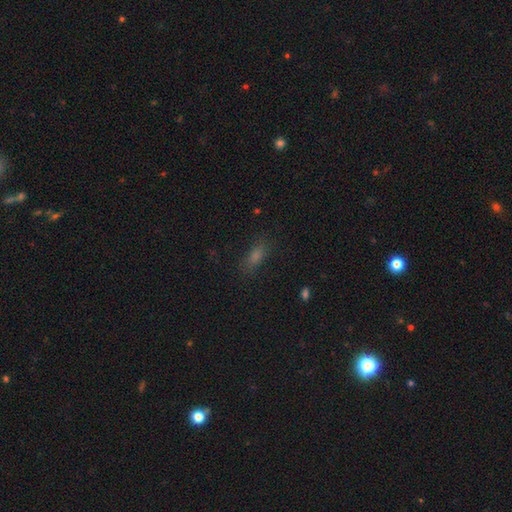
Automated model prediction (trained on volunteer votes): smooth 66%, star or artifact 24%, featured or disk 11%. Down the decision tree: how rounded — in between (68%); merging — none (81%).